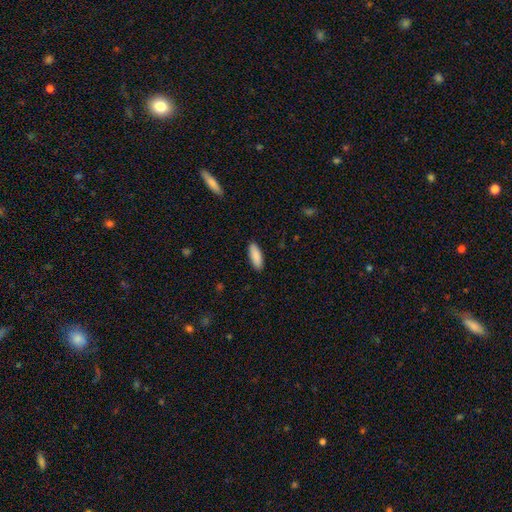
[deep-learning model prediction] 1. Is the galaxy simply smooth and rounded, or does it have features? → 89% smooth, 6% star or artifact, 5% featured or disk.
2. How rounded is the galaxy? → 62% in between, 36% cigar-shaped, 2% round.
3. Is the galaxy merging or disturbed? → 90% none, 7% minor disturbance, 2% major disturbance, 1% merger.